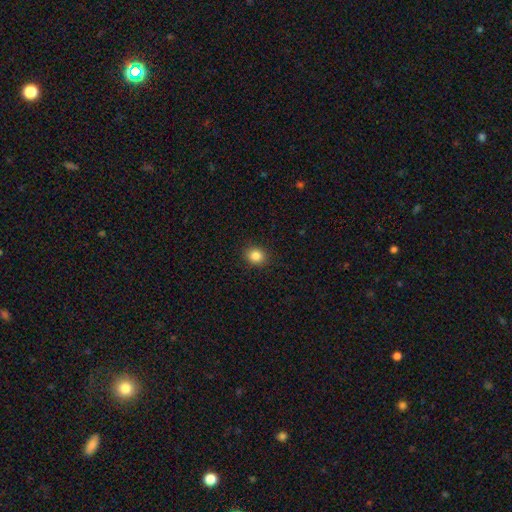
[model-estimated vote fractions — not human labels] smooth 85%, star or artifact 10%, featured or disk 5%. Down the decision tree: how rounded — round (71%); merging — none (90%).